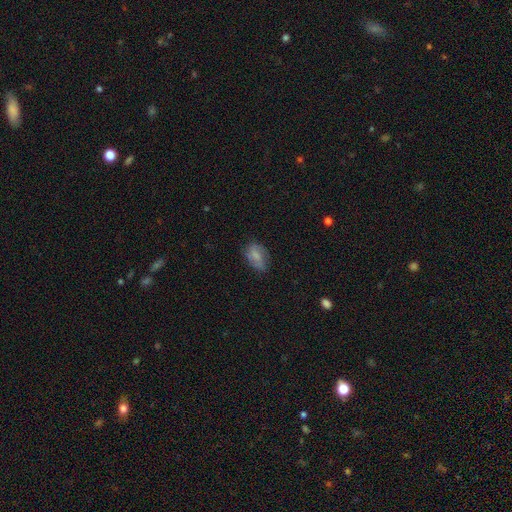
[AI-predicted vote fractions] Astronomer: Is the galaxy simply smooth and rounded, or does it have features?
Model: smooth — 59%.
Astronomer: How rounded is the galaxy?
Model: in between — 85%.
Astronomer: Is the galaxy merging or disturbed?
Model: none — 61%.